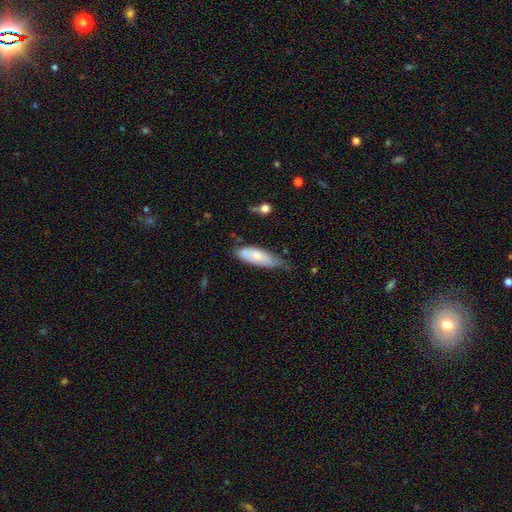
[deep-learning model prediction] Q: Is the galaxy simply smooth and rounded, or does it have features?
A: smooth — 64%.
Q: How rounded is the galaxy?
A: in between — 66%.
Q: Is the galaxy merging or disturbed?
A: none — 42%, tied with minor disturbance.